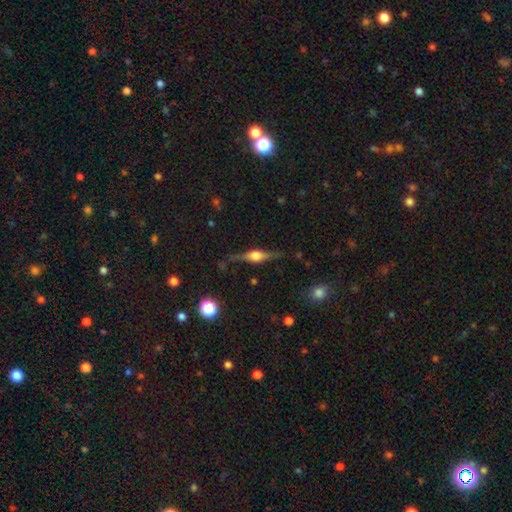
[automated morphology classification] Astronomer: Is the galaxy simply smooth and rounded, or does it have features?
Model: featured or disk — 75%.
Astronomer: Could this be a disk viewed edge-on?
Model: yes — 97%.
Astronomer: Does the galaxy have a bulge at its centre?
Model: rounded — 90%.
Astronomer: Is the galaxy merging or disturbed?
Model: none — 81%.